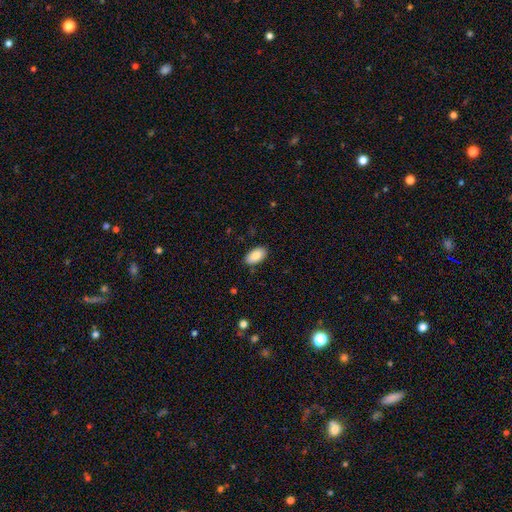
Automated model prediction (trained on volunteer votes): smooth 87%, star or artifact 7%, featured or disk 6%. Down the decision tree: how rounded — in between (95%); merging — none (87%).